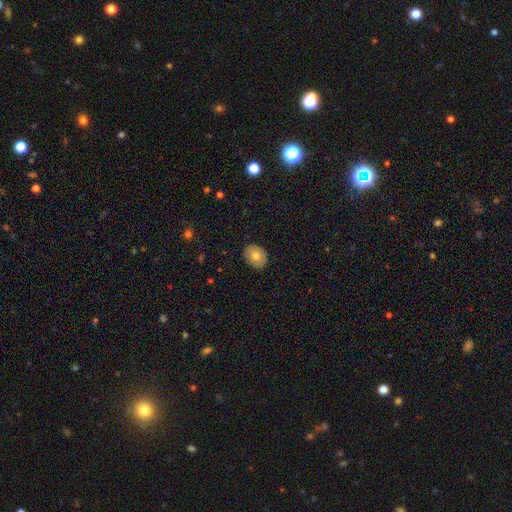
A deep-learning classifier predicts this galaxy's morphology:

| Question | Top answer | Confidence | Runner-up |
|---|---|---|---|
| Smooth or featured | smooth | 72% | featured or disk (20%) |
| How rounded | in between | 54% | round (45%) |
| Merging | none | 88% | minor disturbance (9%) |